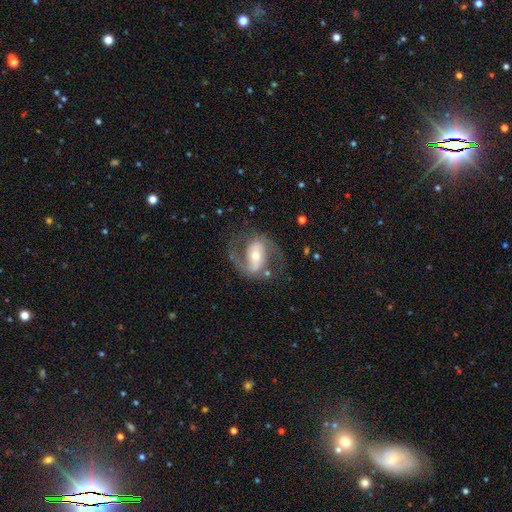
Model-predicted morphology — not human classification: A featured or disk galaxy (87%) with a strong bar (39%), 2 (91%) medium (56%) spiral arms (94%) and a moderate central bulge (57%). Merging: none (72%).